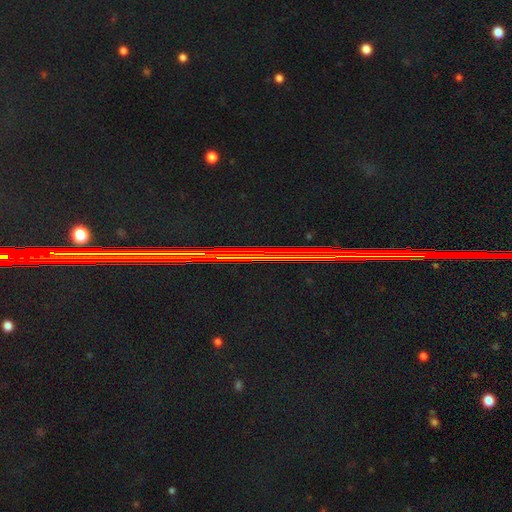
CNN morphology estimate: Smooth or featured: star or artifact — 87% (featured or disk — 7%)